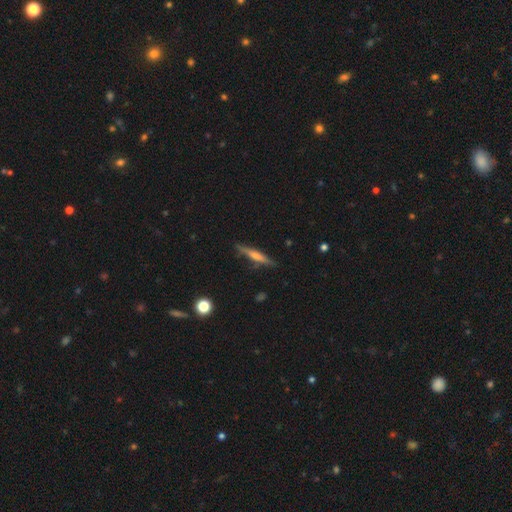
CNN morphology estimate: Smooth or featured?
  - featured or disk: 53% *
  - smooth: 40%
  - star or artifact: 7%
Edge-on disk?
  - yes: 96% *
  - no: 4%
Edge-on bulge?
  - rounded: 59% *
  - none: 26%
  - boxy: 15%
Merging?
  - none: 85% *
  - minor disturbance: 11%
  - major disturbance: 2%
  - merger: 2%